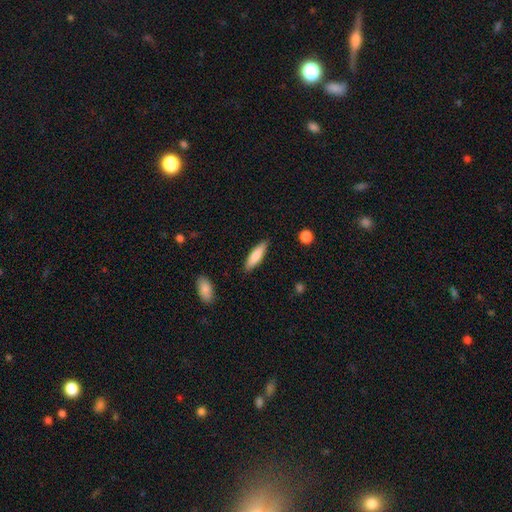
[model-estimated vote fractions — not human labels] Overall: smooth (81%). How rounded: cigar-shaped (65%; in between 33%). Merging: none (87%).